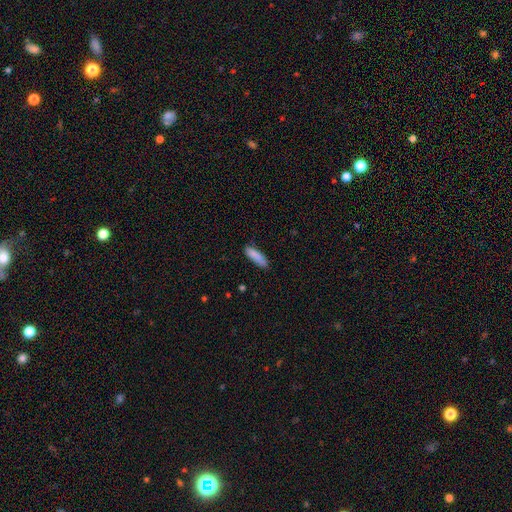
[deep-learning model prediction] The model was most divided on "how rounded": cigar-shaped: 57%, in between: 42%, round: 2%. More confident: smooth or featured — smooth (85%); merging — none (72%).